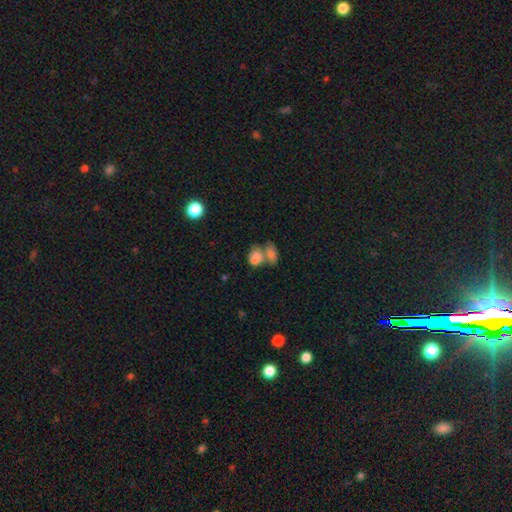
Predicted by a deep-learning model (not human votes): Smooth or featured: smooth — 56% (star or artifact — 23%)
How rounded: in between — 60% (round — 36%)
Merging: merger — 52% (none — 34%)